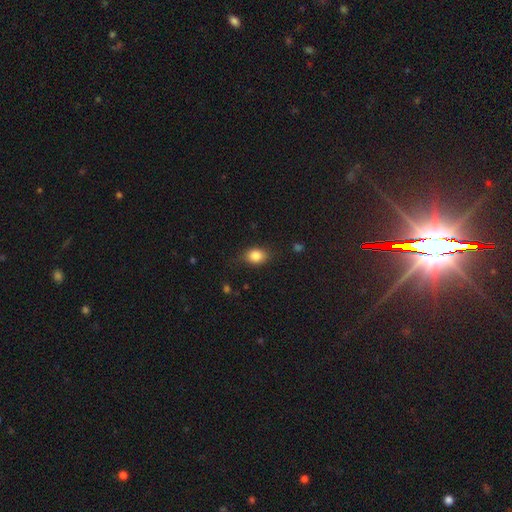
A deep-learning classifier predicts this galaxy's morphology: smooth-or-featured: smooth: 84% | star or artifact: 9% | featured or disk: 7%
  how-rounded: in between: 64% | round: 34% | cigar-shaped: 2%
  merging: none: 77% | minor disturbance: 17% | major disturbance: 4% | merger: 1%